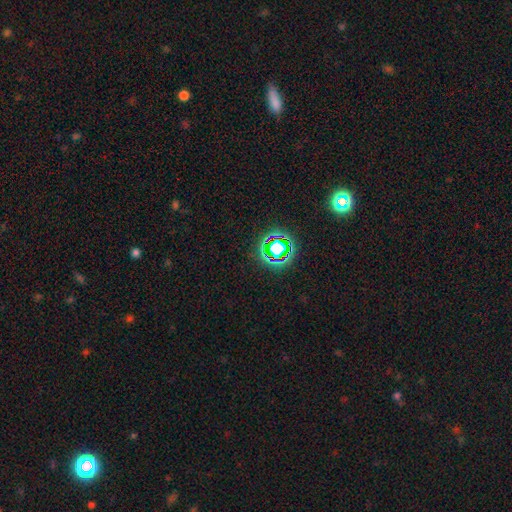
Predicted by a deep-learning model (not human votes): Overall: star or artifact (66%).